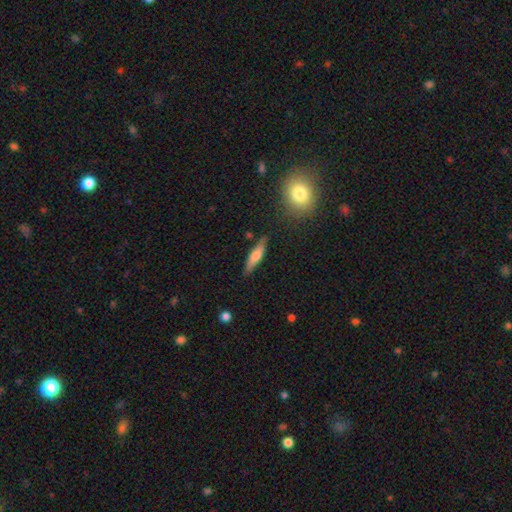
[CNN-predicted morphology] Smooth or featured?
  - smooth: 62% *
  - featured or disk: 31%
  - star or artifact: 7%
How rounded?
  - cigar-shaped: 73% *
  - in between: 24%
  - round: 2%
Merging?
  - none: 81% *
  - minor disturbance: 13%
  - major disturbance: 3%
  - merger: 3%